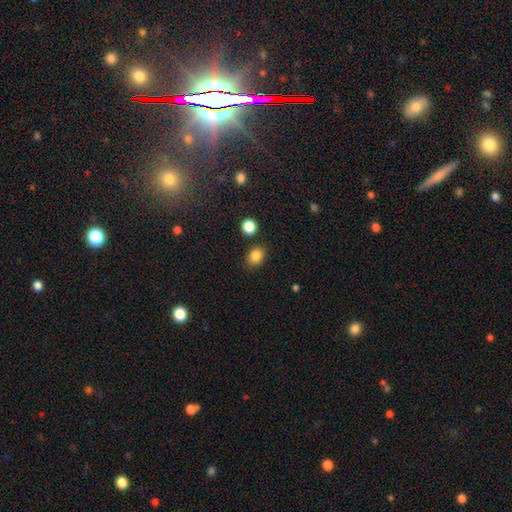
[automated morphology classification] Smooth or featured? smooth (85%)
How rounded? in between (51%)
Merging? none (80%)